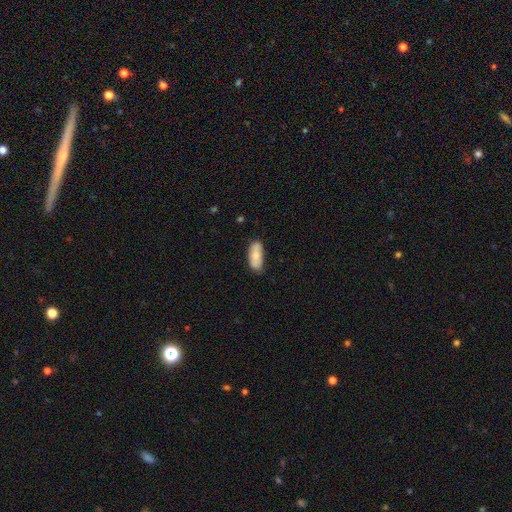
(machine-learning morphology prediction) This appears to be a smooth galaxy with no disk features (71%) that is in between round and cigar-shaped (86%). Merging: none (80%).